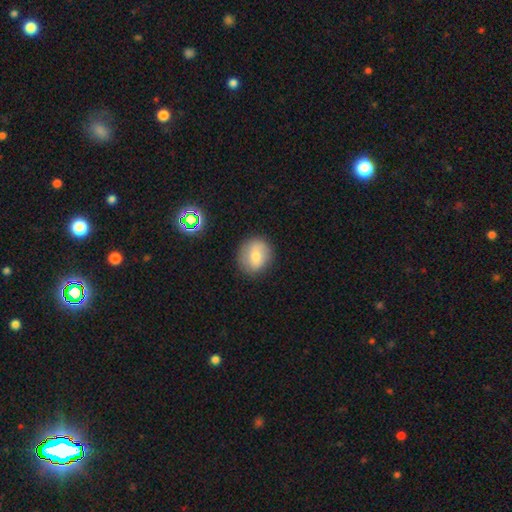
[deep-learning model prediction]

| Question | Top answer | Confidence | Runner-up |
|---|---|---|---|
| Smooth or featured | smooth | 70% | featured or disk (20%) |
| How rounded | round | 78% | in between (20%) |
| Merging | none | 84% | minor disturbance (12%) |